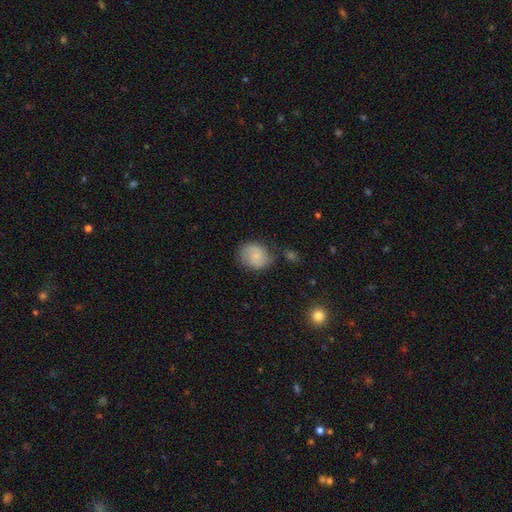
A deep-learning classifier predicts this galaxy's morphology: A smooth galaxy with no disk features (48%). Merging: none (67%).